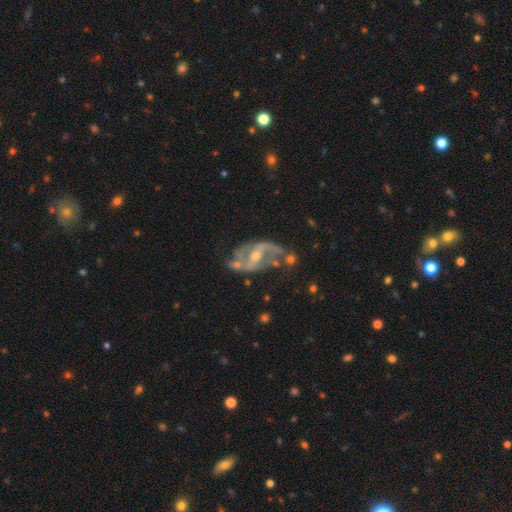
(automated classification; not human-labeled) Smooth or featured: featured or disk — 88% (star or artifact — 6%)
Edge-on disk: no — 96% (yes — 4%)
Bar: strong — 41% (weak — 37%)
Spiral arms: yes — 92% (no — 8%)
Spiral winding: loose — 54% (medium — 36%)
Spiral arm count: 2 — 87% (can't tell — 5%)
Bulge size: small — 53% (moderate — 43%)
Merging: none — 55% (minor disturbance — 23%)